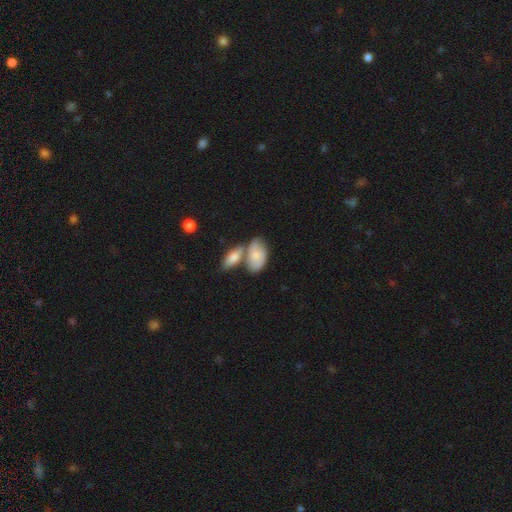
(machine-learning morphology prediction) type=smooth (72%); roundness=in between (92%); merging=merger (45%).